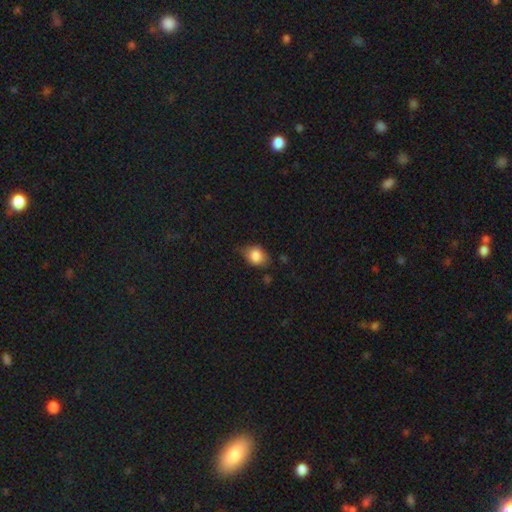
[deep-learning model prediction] smooth 82%, featured or disk 9%, star or artifact 8%. Down the decision tree: how rounded — in between (56%); merging — none (61%).